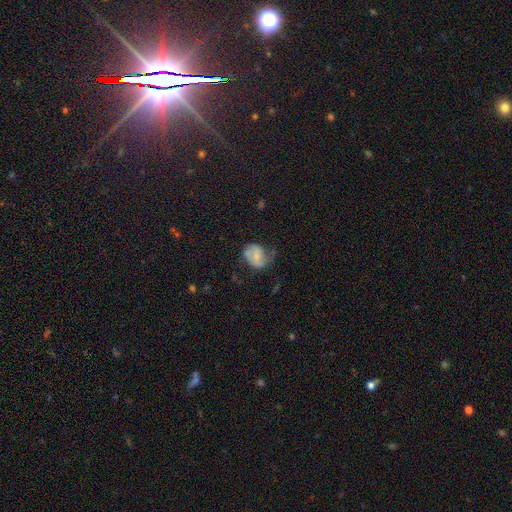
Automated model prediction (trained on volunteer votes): smooth_or_featured: featured or disk (p=0.47) [alt: smooth p=0.45]
merging: none (p=0.40) [alt: minor disturbance p=0.33]